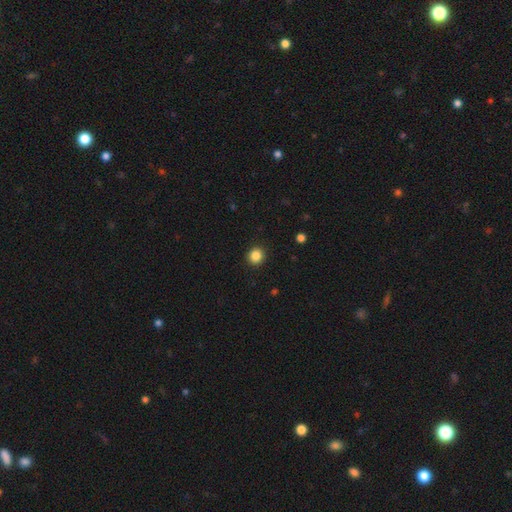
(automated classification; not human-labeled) This is clearly a smooth galaxy (86%). How rounded: clearly round (86%). Merging: clearly none (92%).